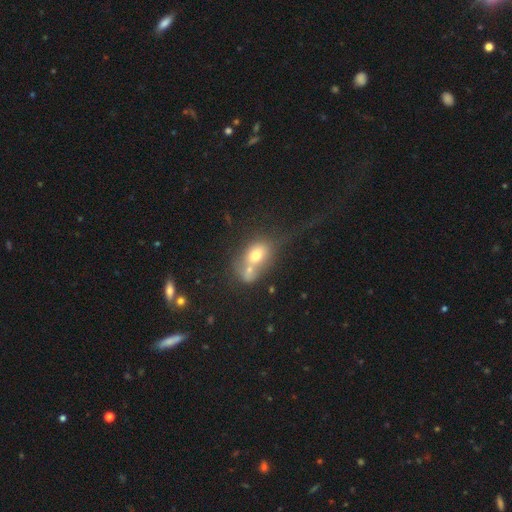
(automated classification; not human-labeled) Smooth or featured? Predicted: smooth (p=0.65). How rounded? Predicted: in between (p=0.63). Merging? Predicted: merger (p=0.61).